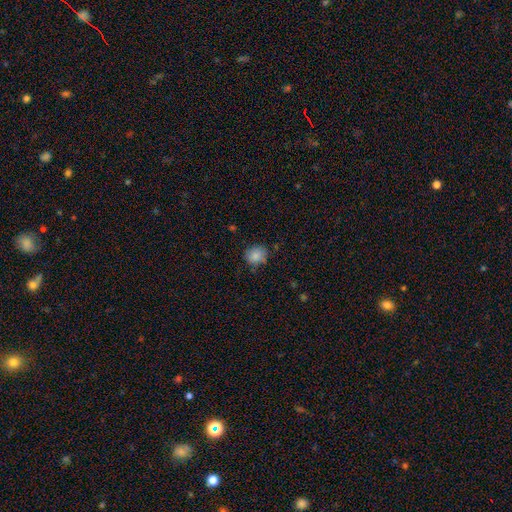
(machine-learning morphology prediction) A smooth galaxy with no disk features (86%) that is round (73%).

Vote fractions:
- Smooth or featured? smooth: 86% / star or artifact: 9% / featured or disk: 5%
- How rounded? round: 73% / in between: 26% / cigar-shaped: 1%
- Merging? none: 78% / minor disturbance: 17% / major disturbance: 3% / merger: 2%